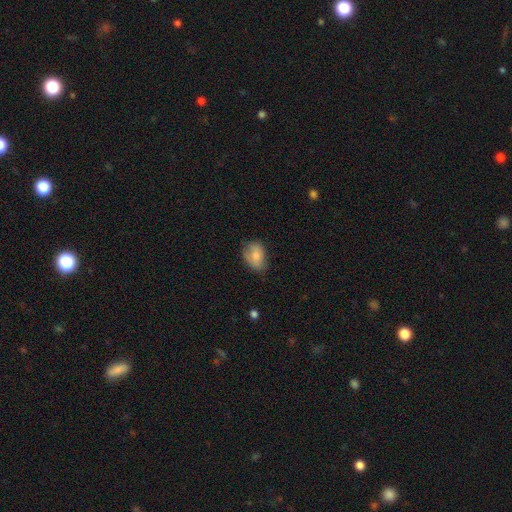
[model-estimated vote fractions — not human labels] This appears to be a smooth galaxy with no disk features (77%) that is in between round and cigar-shaped (75%). Merging: none (62%).